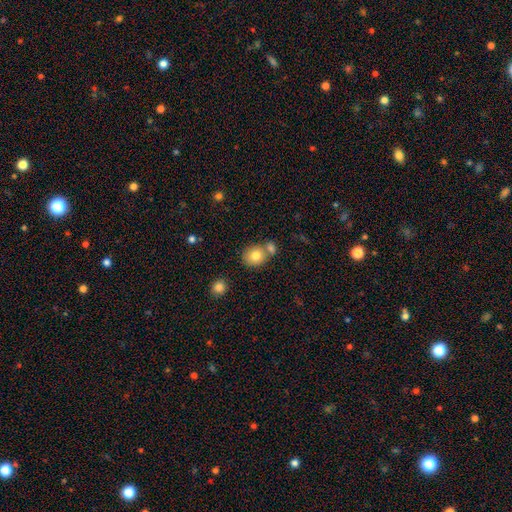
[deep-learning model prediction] smooth-or-featured: smooth: 79% | featured or disk: 11% | star or artifact: 10%
  how-rounded: round: 73% | in between: 26% | cigar-shaped: 1%
  merging: none: 58% | merger: 30% | minor disturbance: 10% | major disturbance: 3%